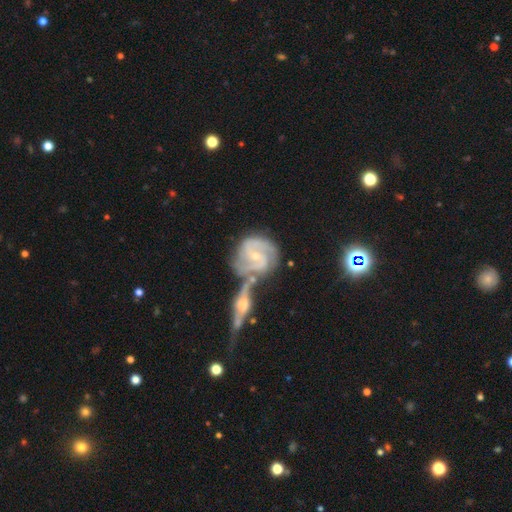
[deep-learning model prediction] A featured or disk galaxy (88%) with a weak bar (43%), 2 (67%) medium (45%) spiral arms (97%) and a small central bulge (65%).

Vote fractions:
- Smooth or featured? featured or disk: 88% / smooth: 7% / star or artifact: 5%
- Edge-on disk? no: 96% / yes: 4%
- Bar? weak: 43% / no: 41% / strong: 16%
- Spiral arms? yes: 97% / no: 3%
- Spiral winding? medium: 45% / tight: 43% / loose: 12%
- Spiral arm count? 2: 67% / 3: 16% / can't tell: 9% / 4: 3% / 1: 3% / more than 4: 3%
- Bulge size? small: 65% / moderate: 32% / none: 1% / large: 1% / dominant: 1%
- Merging? merger: 40% / none: 39% / minor disturbance: 14% / major disturbance: 7%